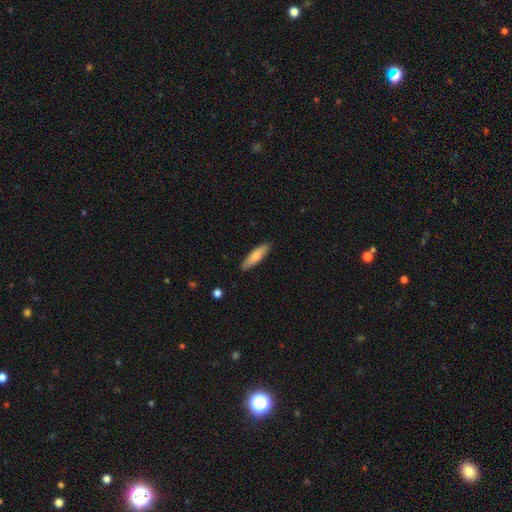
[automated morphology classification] The model was most divided on "how rounded": cigar-shaped: 72%, in between: 26%, round: 2%. More confident: merging — none (88%); smooth or featured — smooth (72%).